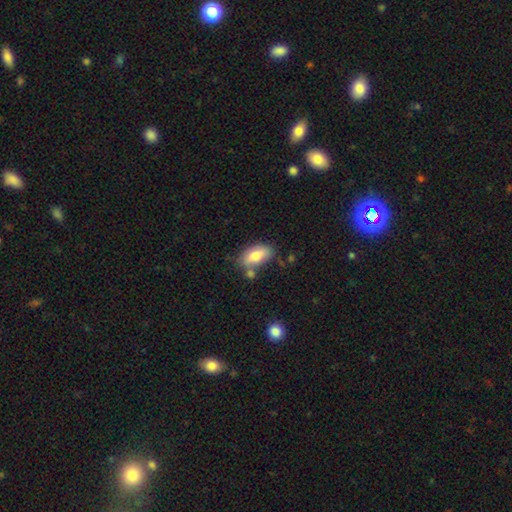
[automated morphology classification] This appears to be a smooth galaxy with no disk features (72%) that is in between round and cigar-shaped (89%). Merging: none (63%).